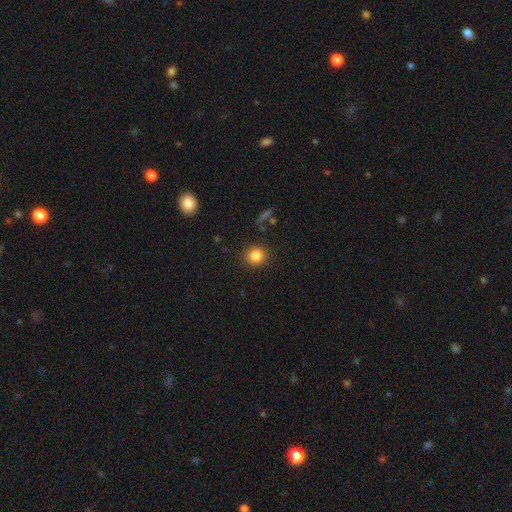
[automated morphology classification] Smooth or featured: smooth — 84% (star or artifact — 11%)
How rounded: round — 85% (in between — 14%)
Merging: none — 88% (minor disturbance — 7%)